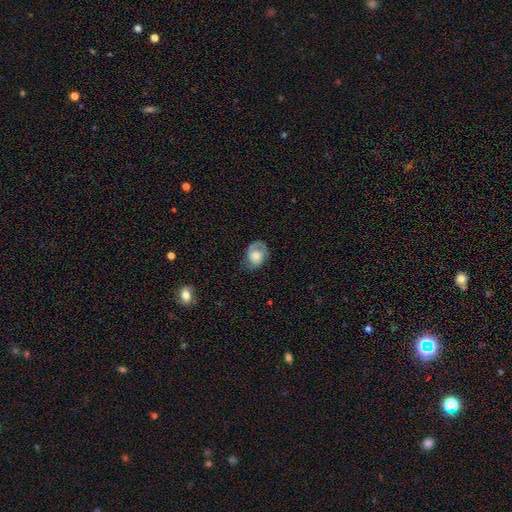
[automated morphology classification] This appears to be a featured or disk galaxy (54%) with no bar (70%), spiral arms (87%) and a moderate central bulge (45%). Merging: none (62%).